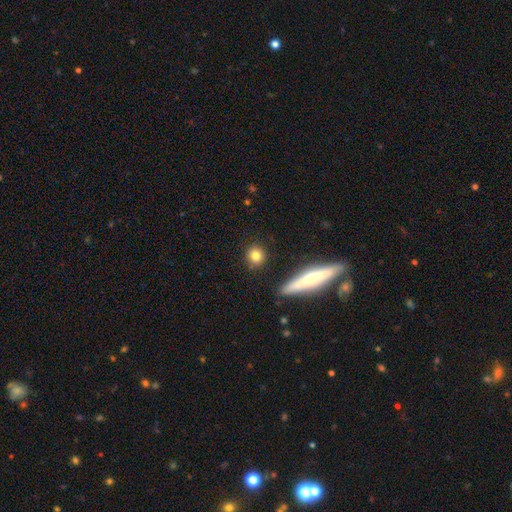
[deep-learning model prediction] Smooth or featured?
  - smooth: 81% *
  - featured or disk: 10%
  - star or artifact: 9%
How rounded?
  - round: 86% *
  - in between: 11%
  - cigar-shaped: 4%
Merging?
  - none: 87% *
  - minor disturbance: 8%
  - merger: 3%
  - major disturbance: 2%